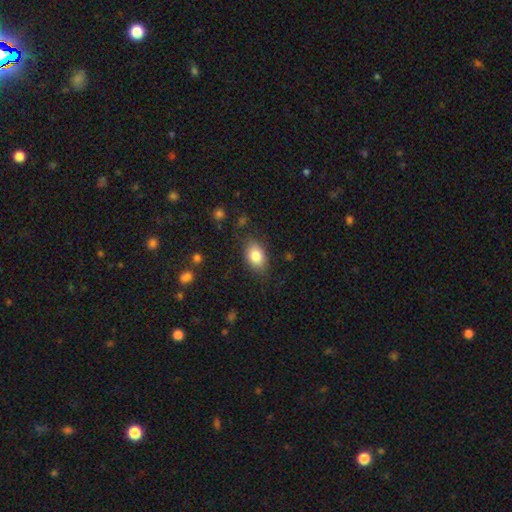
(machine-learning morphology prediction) Smooth or featured? Predicted: smooth (p=0.82). How rounded? Predicted: in between (p=0.83). Merging? Predicted: none (p=0.80).